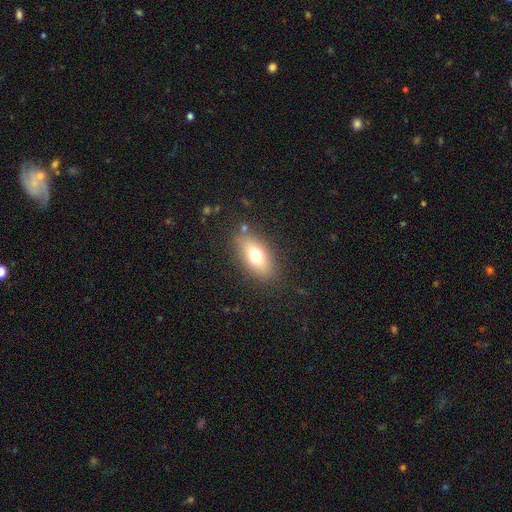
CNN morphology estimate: Smooth or featured? smooth (71%)
How rounded? in between (84%)
Merging? none (82%)